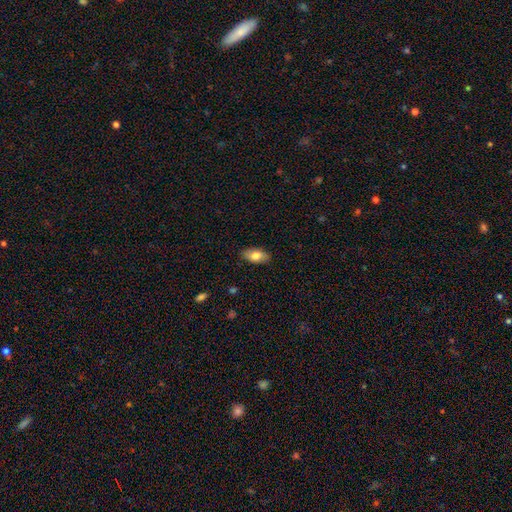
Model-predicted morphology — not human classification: smooth 79%, featured or disk 14%, star or artifact 7%. Down the decision tree: how rounded — in between (91%); merging — none (87%).